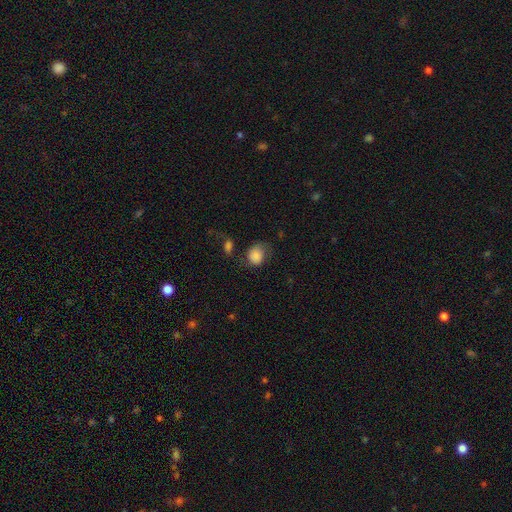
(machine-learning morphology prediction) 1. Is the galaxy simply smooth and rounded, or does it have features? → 78% smooth, 13% featured or disk, 9% star or artifact.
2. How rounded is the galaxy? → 62% round, 37% in between, 1% cigar-shaped.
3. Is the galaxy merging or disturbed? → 43% none, 26% minor disturbance, 20% major disturbance, 10% merger.